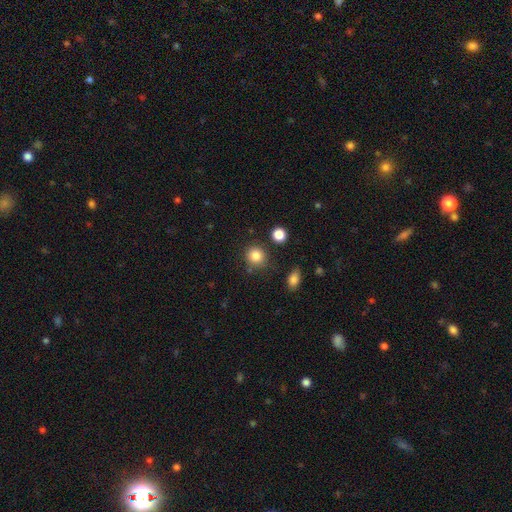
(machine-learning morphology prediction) Smooth or featured? smooth (85%)
How rounded? round (88%)
Merging? none (81%)